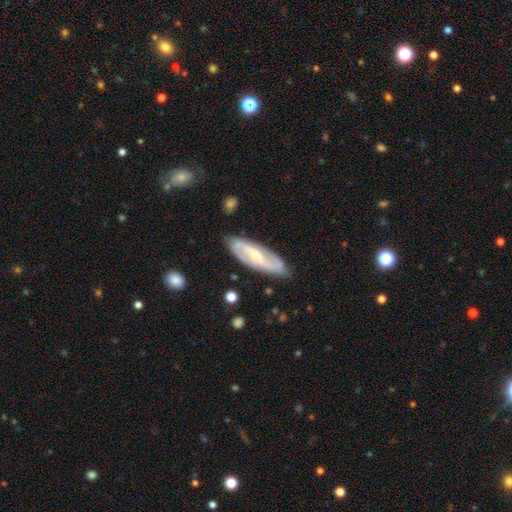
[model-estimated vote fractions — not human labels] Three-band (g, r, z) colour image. It shows a featured or disk galaxy (77%) with a weak bar (39%), 2 (81%) medium (41%) spiral arms (89%) and a small central bulge (56%). Merging: none (82%).